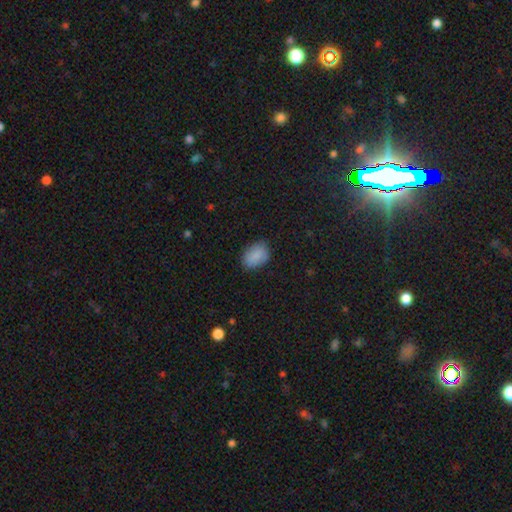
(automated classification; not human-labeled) This appears to be a smooth galaxy with no disk features (87%) that is in between round and cigar-shaped (84%). Merging: none (81%).